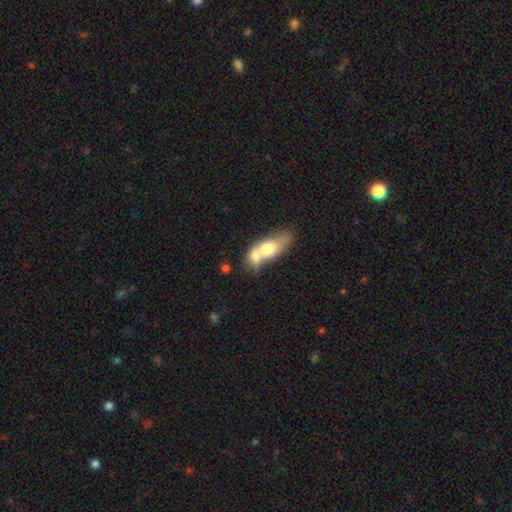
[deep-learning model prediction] smooth-or-featured: smooth: 65% | featured or disk: 28% | star or artifact: 7%
  how-rounded: in between: 71% | round: 15% | cigar-shaped: 14%
  merging: merger: 74% | none: 13% | minor disturbance: 7% | major disturbance: 6%